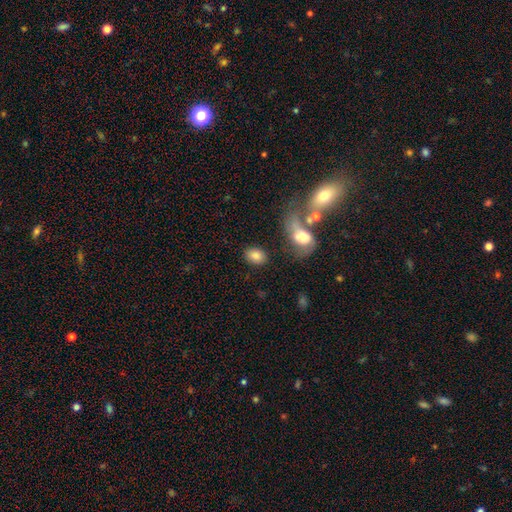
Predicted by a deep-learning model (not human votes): This is clearly a smooth galaxy (81%). How rounded: likely in between (75%). Merging: likely none (77%).